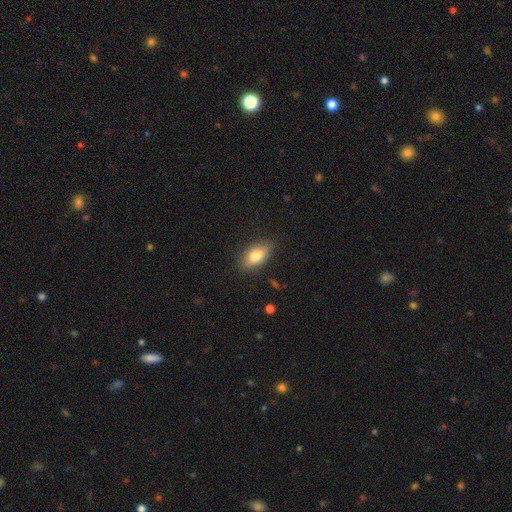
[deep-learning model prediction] Overall: smooth (74%). How rounded: in between (85%). Merging: none (84%).